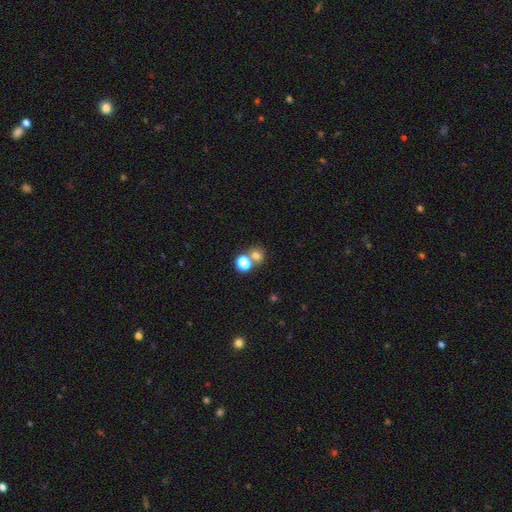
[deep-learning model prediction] Smooth or featured?
  - smooth: 72% *
  - star or artifact: 19%
  - featured or disk: 9%
How rounded?
  - round: 83% *
  - in between: 16%
  - cigar-shaped: 1%
Merging?
  - none: 56% *
  - merger: 34%
  - minor disturbance: 7%
  - major disturbance: 3%